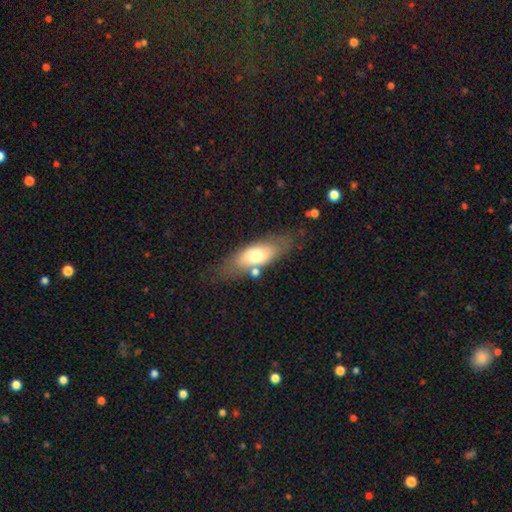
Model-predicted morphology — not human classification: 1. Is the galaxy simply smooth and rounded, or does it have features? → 60% smooth, 33% featured or disk, 7% star or artifact.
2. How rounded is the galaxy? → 77% in between, 19% cigar-shaped, 4% round.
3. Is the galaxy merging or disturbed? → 67% none, 18% minor disturbance, 9% merger, 7% major disturbance.